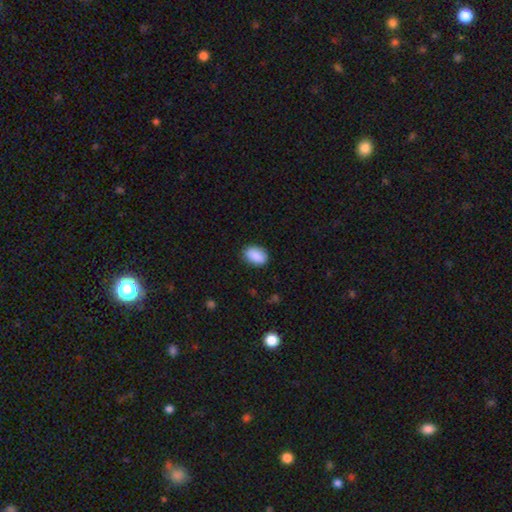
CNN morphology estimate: Overall: smooth (89%). How rounded: in between (87%). Merging: none (84%).